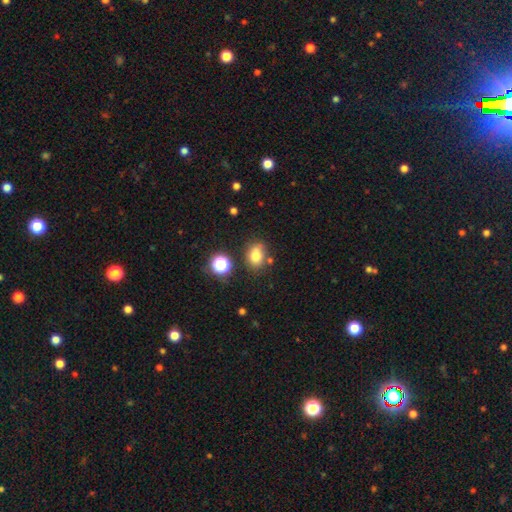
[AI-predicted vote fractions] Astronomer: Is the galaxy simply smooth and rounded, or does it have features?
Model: smooth — 77%.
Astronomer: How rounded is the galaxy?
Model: in between — 63%.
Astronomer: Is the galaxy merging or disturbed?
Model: none — 68%.